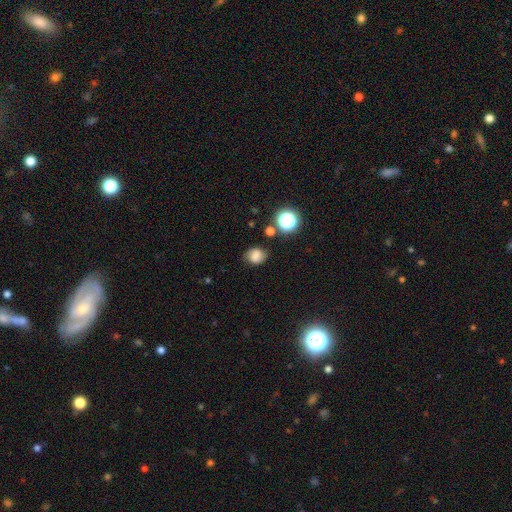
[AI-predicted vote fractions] Overall: smooth (71%). How rounded: round (59%; in between 40%). Merging: none (73%).